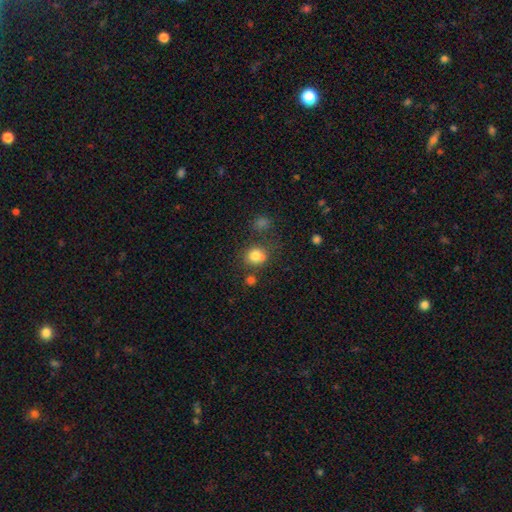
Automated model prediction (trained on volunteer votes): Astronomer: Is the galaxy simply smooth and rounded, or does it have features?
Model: smooth — 80%.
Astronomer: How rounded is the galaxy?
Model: round — 75%.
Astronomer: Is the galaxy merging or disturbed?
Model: none — 63%.